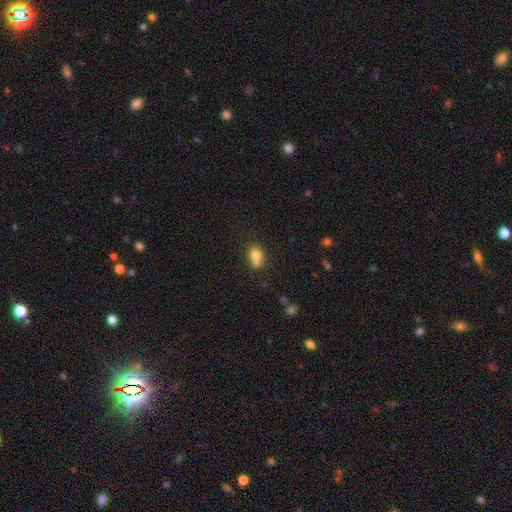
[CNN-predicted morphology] Overall: smooth (76%). How rounded: round (58%; in between 41%). Merging: none (41%; merger 40%).